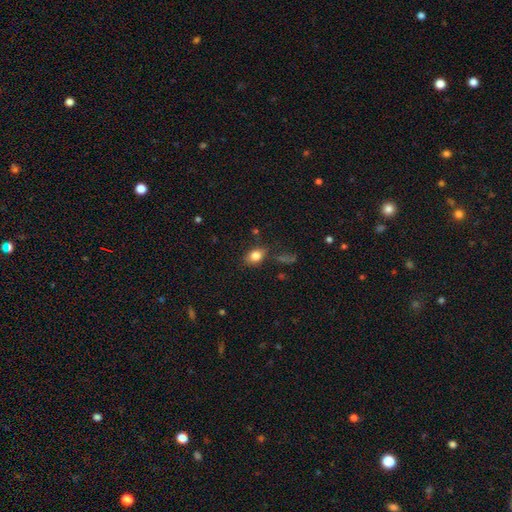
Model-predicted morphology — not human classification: The model was most divided on "how rounded": in between: 75%, round: 23%, cigar-shaped: 2%. More confident: smooth or featured — smooth (81%); merging — none (78%).